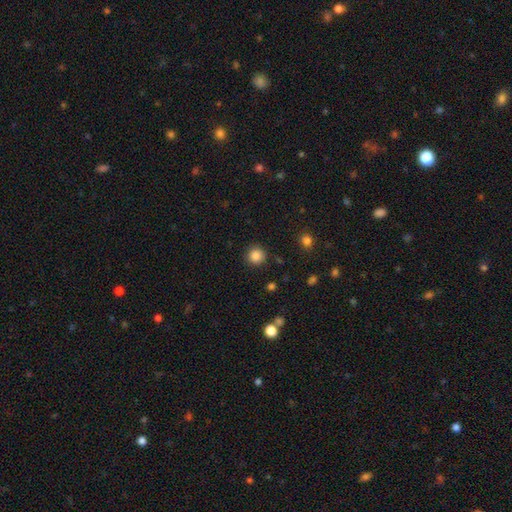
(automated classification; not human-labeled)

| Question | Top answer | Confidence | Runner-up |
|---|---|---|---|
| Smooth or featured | smooth | 85% | star or artifact (11%) |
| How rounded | round | 93% | in between (6%) |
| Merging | none | 89% | minor disturbance (7%) |